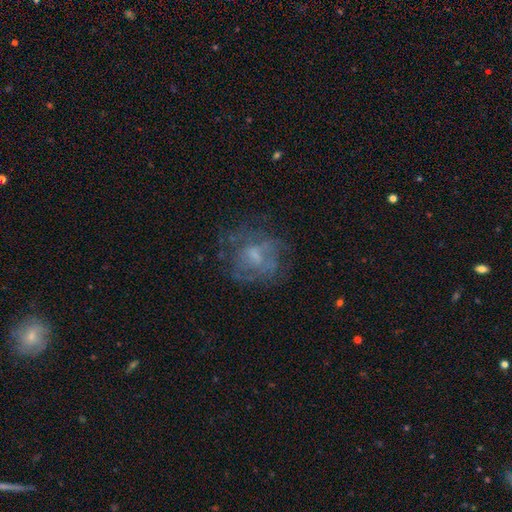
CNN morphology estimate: This appears to be a featured or disk galaxy (59%) with no bar (55%), no spiral arms (52%) and a small central bulge (43%). Merging: none (58%).